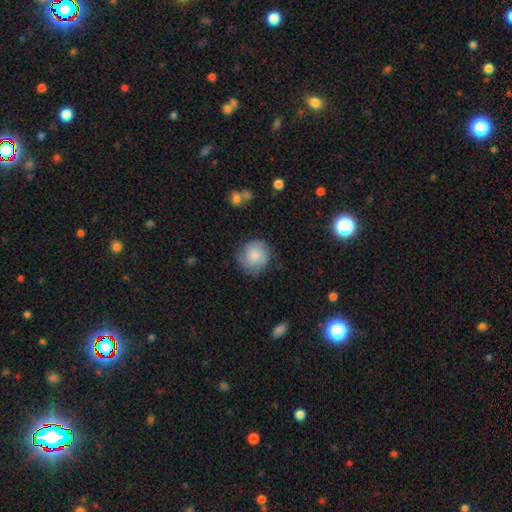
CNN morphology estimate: Smooth or featured?
  - smooth: 74% *
  - featured or disk: 19%
  - star or artifact: 7%
How rounded?
  - round: 89% *
  - in between: 10%
  - cigar-shaped: 1%
Merging?
  - none: 73% *
  - minor disturbance: 20%
  - major disturbance: 6%
  - merger: 2%